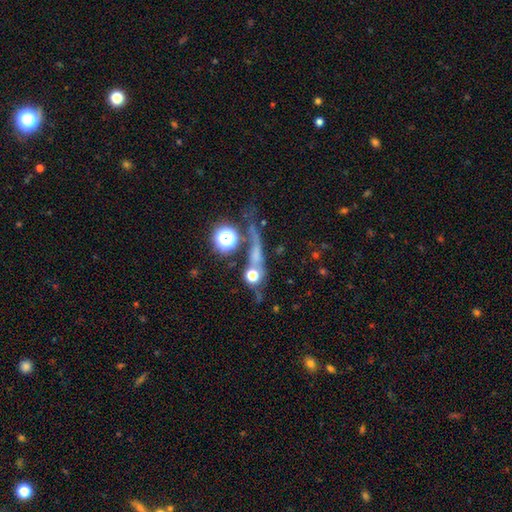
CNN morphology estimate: Smooth or featured? star or artifact (39%)